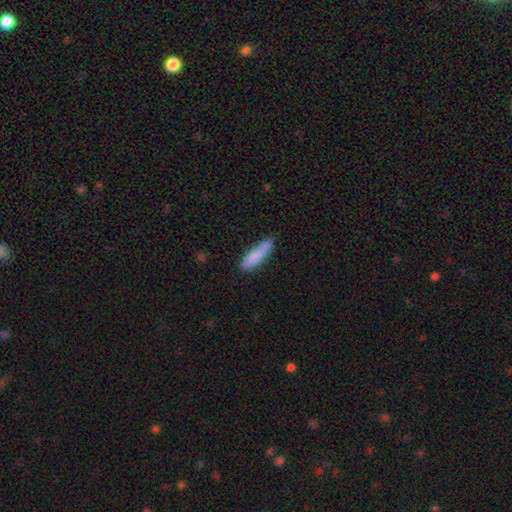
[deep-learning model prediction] Smooth or featured: smooth — 82% (featured or disk — 12%)
How rounded: cigar-shaped — 70% (in between — 29%)
Merging: none — 67% (minor disturbance — 24%)